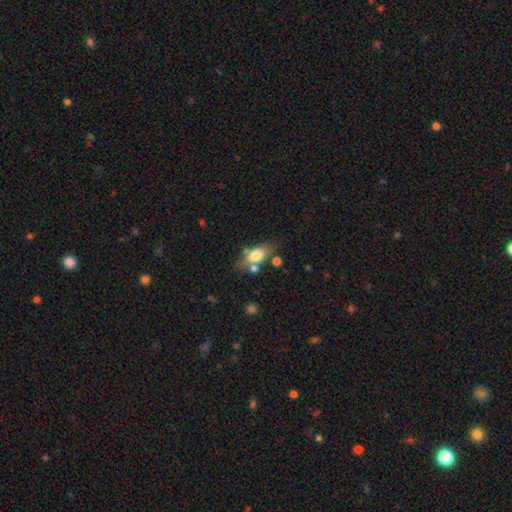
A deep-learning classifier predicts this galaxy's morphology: A smooth galaxy with no disk features (65%) that is in between round and cigar-shaped (78%).

Vote fractions:
- Smooth or featured? smooth: 65% / featured or disk: 27% / star or artifact: 8%
- How rounded? in between: 78% / cigar-shaped: 15% / round: 7%
- Merging? none: 61% / minor disturbance: 19% / merger: 14% / major disturbance: 7%